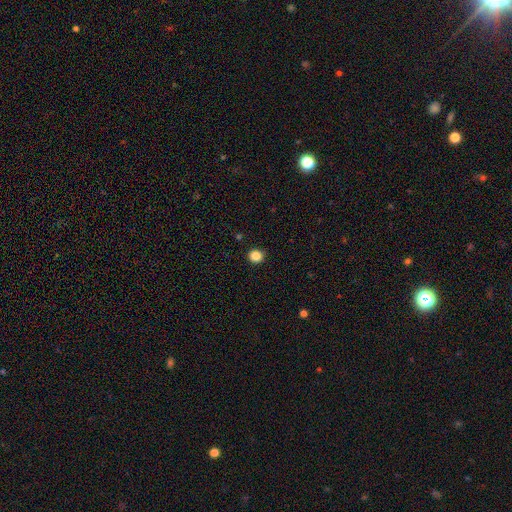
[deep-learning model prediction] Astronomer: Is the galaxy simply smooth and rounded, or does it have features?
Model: smooth — 86%.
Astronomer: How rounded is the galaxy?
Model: round — 87%.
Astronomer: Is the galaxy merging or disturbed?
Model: none — 91%.